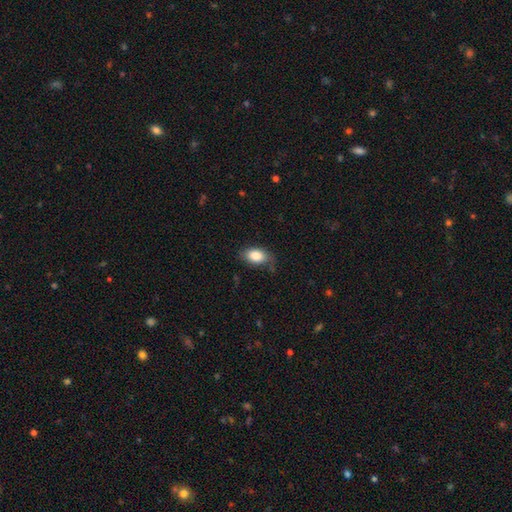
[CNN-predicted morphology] smooth_or_featured: smooth (p=0.85) [alt: featured or disk p=0.08]
how_rounded: in between (p=0.89) [alt: round p=0.08]
merging: none (p=0.69) [alt: minor disturbance p=0.24]